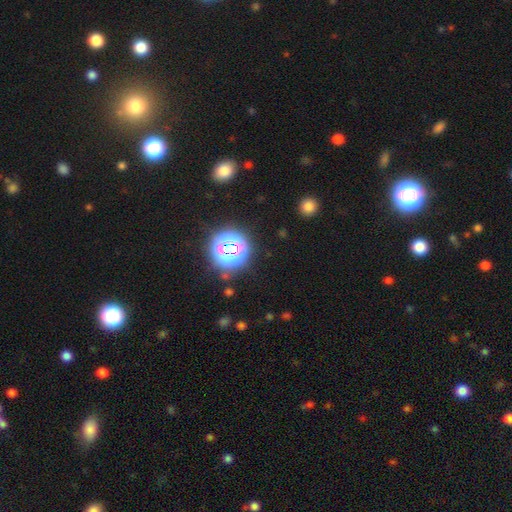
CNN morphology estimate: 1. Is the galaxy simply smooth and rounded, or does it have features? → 75% star or artifact, 18% smooth, 7% featured or disk.